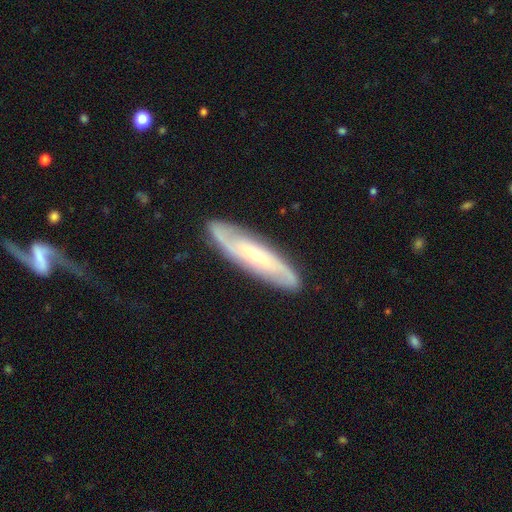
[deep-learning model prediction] Smooth or featured? Predicted: featured or disk (p=0.75). Edge-on disk? Predicted: no (p=0.74). Bar? Predicted: no (p=0.53). Spiral arms? Predicted: yes (p=0.92). Spiral winding? Predicted: medium (p=0.40). Spiral arm count? Predicted: 2 (p=0.71). Bulge size? Predicted: small (p=0.70). Merging? Predicted: none (p=0.86).